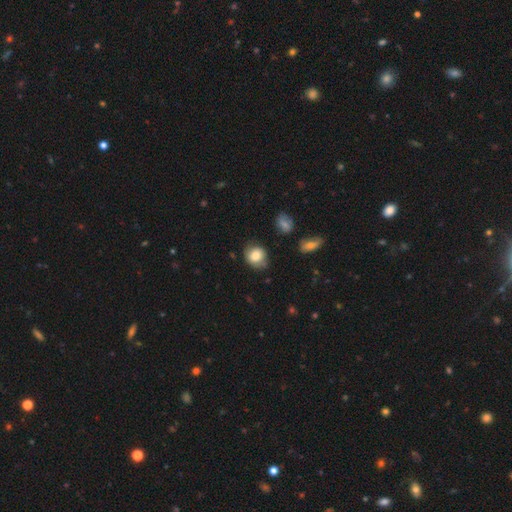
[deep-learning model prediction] A smooth galaxy with no disk features (79%) that is round (70%).

Vote fractions:
- Smooth or featured? smooth: 79% / featured or disk: 13% / star or artifact: 9%
- How rounded? round: 70% / in between: 29% / cigar-shaped: 1%
- Merging? none: 68% / minor disturbance: 24% / major disturbance: 6% / merger: 3%